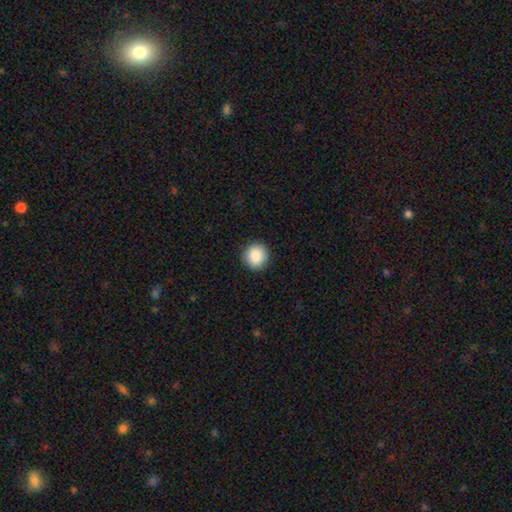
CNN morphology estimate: Q: Smooth or featured?
A: smooth (88%); runner-up: star or artifact (8%)
Q: How rounded?
A: round (91%); runner-up: in between (8%)
Q: Merging?
A: none (91%); runner-up: minor disturbance (6%)